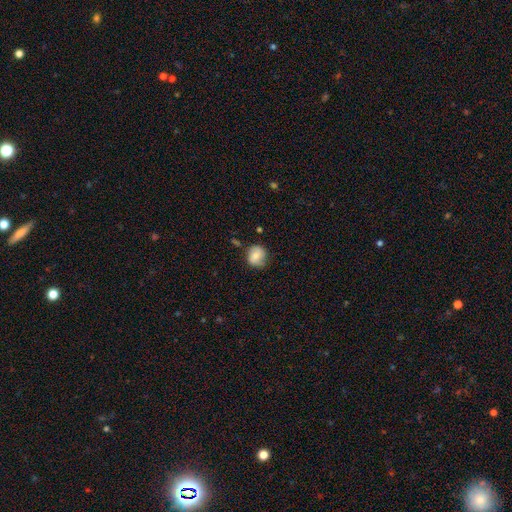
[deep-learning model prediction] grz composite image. It shows a smooth galaxy with no disk features (73%) that is round (76%). Merging: none (65%).